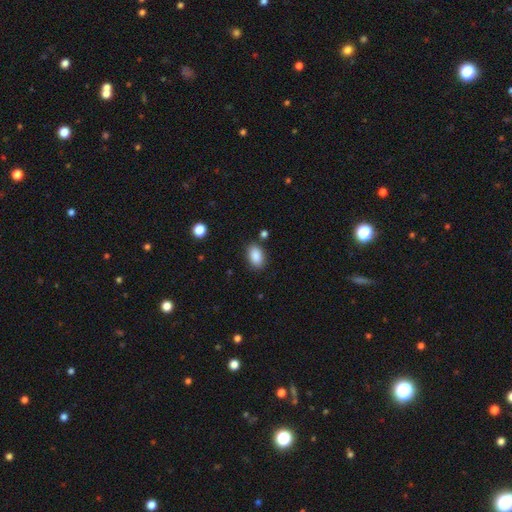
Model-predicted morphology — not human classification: Smooth or featured?
  - smooth: 88% *
  - star or artifact: 8%
  - featured or disk: 4%
How rounded?
  - in between: 90% *
  - round: 8%
  - cigar-shaped: 2%
Merging?
  - none: 83% *
  - minor disturbance: 11%
  - merger: 3%
  - major disturbance: 3%